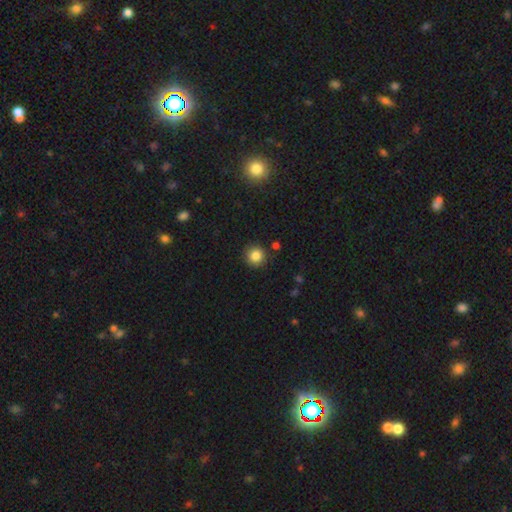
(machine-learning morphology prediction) Q: Smooth or featured?
A: smooth (85%); runner-up: star or artifact (10%)
Q: How rounded?
A: round (93%); runner-up: in between (6%)
Q: Merging?
A: none (88%); runner-up: minor disturbance (7%)